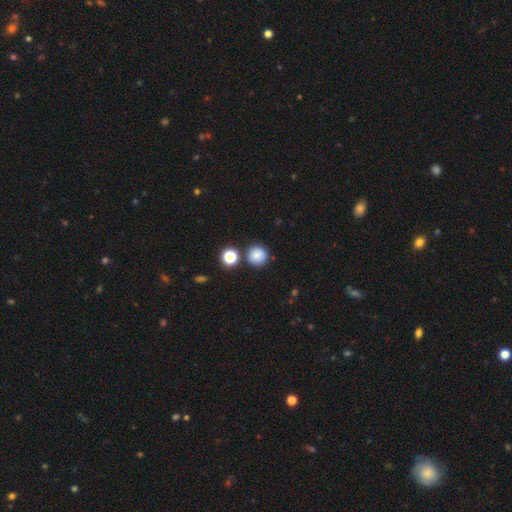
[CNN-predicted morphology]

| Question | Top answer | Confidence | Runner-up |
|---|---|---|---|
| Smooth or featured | smooth | 82% | star or artifact (12%) |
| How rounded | round | 94% | in between (5%) |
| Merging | none | 82% | minor disturbance (8%) |